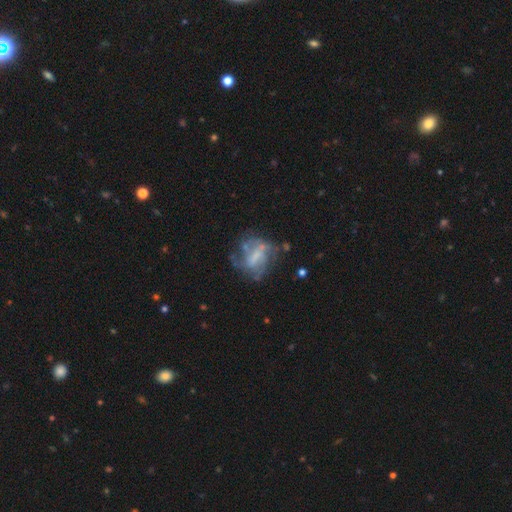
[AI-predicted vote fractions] smooth_or_featured: featured or disk (p=0.66) [alt: smooth p=0.24]
disk_edge_on: no (p=0.97) [alt: yes p=0.03]
bar: weak (p=0.41) [alt: no p=0.35]
has_spiral_arms: yes (p=0.55) [alt: no p=0.45]
bulge_size: none (p=0.46) [alt: moderate p=0.23]
merging: none (p=0.47) [alt: major disturbance p=0.25]